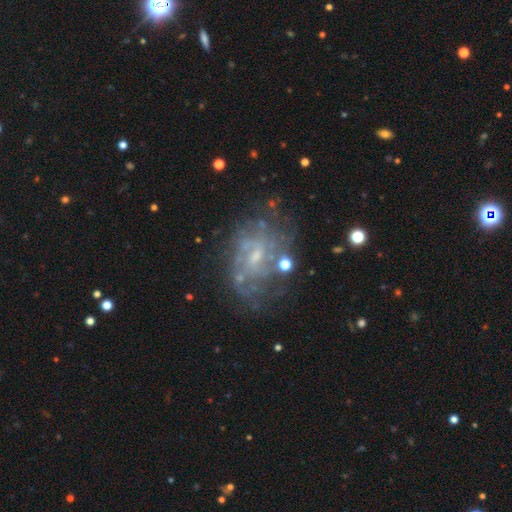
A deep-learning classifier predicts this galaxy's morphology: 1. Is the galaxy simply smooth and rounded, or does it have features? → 75% featured or disk, 13% smooth, 11% star or artifact.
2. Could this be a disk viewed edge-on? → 97% no, 3% yes.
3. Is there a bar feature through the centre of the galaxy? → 47% weak, 44% no, 9% strong.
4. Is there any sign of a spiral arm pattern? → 74% yes, 26% no.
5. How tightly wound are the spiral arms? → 42% tight, 37% medium, 20% loose.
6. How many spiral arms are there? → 55% can't tell, 17% 2, 10% 3, 7% 4, 5% 1, 5% more than 4.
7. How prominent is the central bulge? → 58% small, 24% moderate, 16% none, 1% large, 1% dominant.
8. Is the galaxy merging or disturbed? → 59% none, 19% minor disturbance, 16% major disturbance, 5% merger.